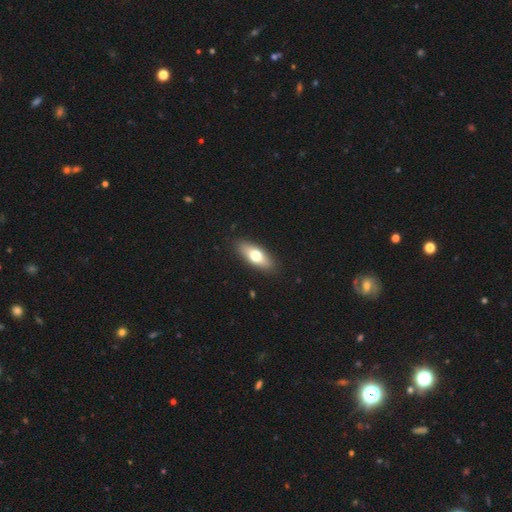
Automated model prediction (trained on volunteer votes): smooth_or_featured: smooth (p=0.65) [alt: featured or disk p=0.28]
how_rounded: in between (p=0.71) [alt: cigar-shaped p=0.25]
merging: none (p=0.88) [alt: minor disturbance p=0.09]